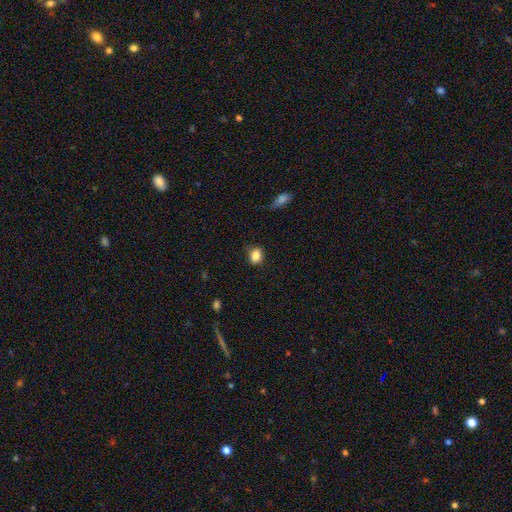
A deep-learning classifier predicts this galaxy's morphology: Smooth or featured? Predicted: smooth (p=0.85). How rounded? Predicted: round (p=0.51). Merging? Predicted: none (p=0.78).